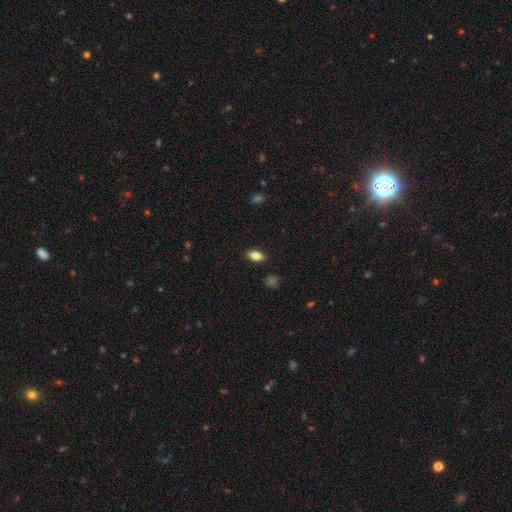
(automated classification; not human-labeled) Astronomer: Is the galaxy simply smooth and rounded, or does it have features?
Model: smooth — 81%.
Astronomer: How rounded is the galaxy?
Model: in between — 87%.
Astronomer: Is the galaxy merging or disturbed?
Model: none — 88%.